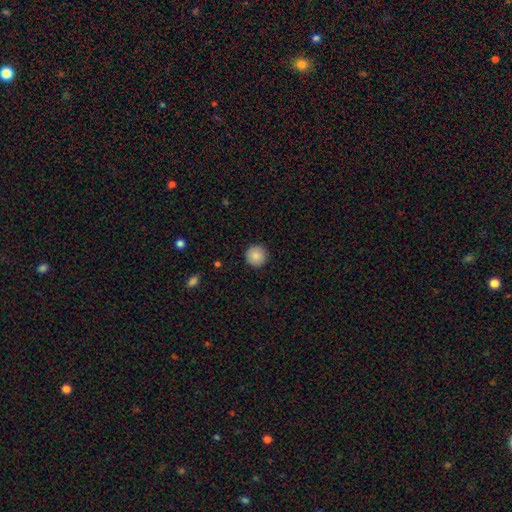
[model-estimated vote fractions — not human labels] A smooth galaxy with no disk features (88%) that is round (96%). Merging: none (92%).